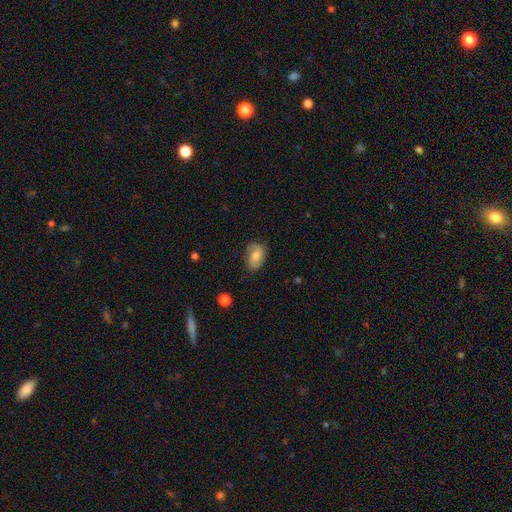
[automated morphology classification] Smooth or featured? smooth (56%)
How rounded? in between (83%)
Merging? none (66%)